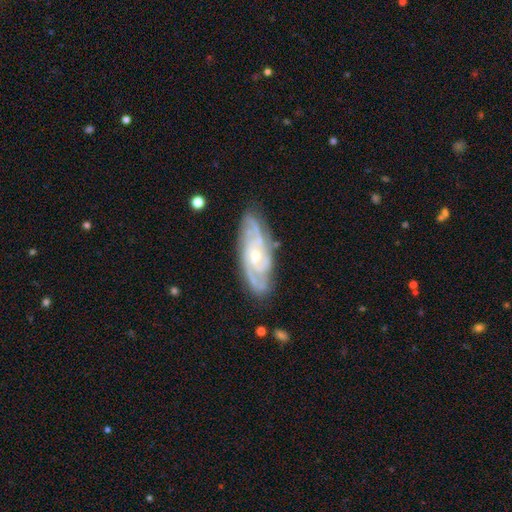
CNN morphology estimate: featured or disk 89%, smooth 6%, star or artifact 5%. Down the decision tree: edge-on disk — no (93%); bar — no (65%); spiral arms — yes (98%); spiral arm count — 3 (36%); spiral winding — tight (64%); bulge size — small (54%); merging — none (80%).